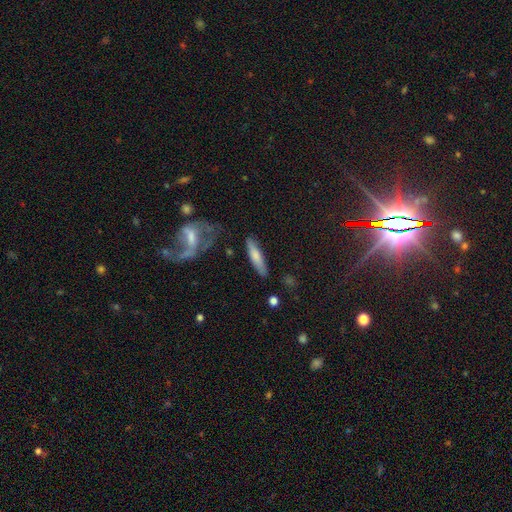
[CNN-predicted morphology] smooth_or_featured: smooth (p=0.69) [alt: featured or disk p=0.25]
how_rounded: cigar-shaped (p=0.80) [alt: in between p=0.18]
merging: none (p=0.81) [alt: minor disturbance p=0.12]